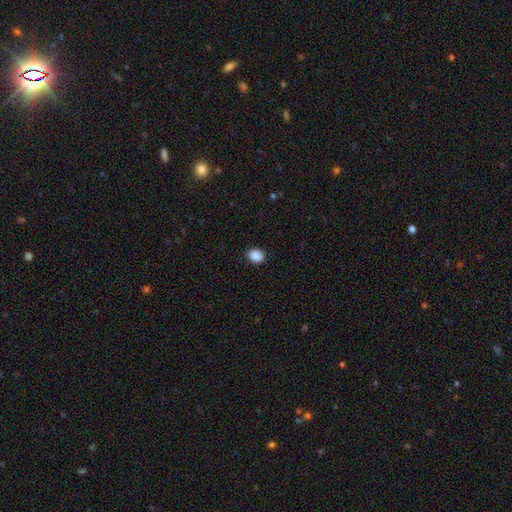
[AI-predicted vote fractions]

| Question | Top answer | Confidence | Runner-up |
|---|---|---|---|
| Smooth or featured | smooth | 89% | star or artifact (8%) |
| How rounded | round | 50% | in between (49%) |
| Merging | none | 90% | minor disturbance (7%) |